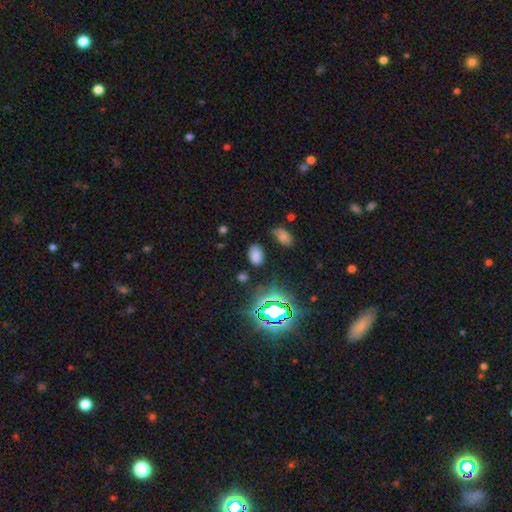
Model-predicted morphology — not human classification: Q: Smooth or featured?
A: smooth (69%); runner-up: star or artifact (23%)
Q: How rounded?
A: in between (87%); runner-up: round (12%)
Q: Merging?
A: none (73%); runner-up: minor disturbance (17%)